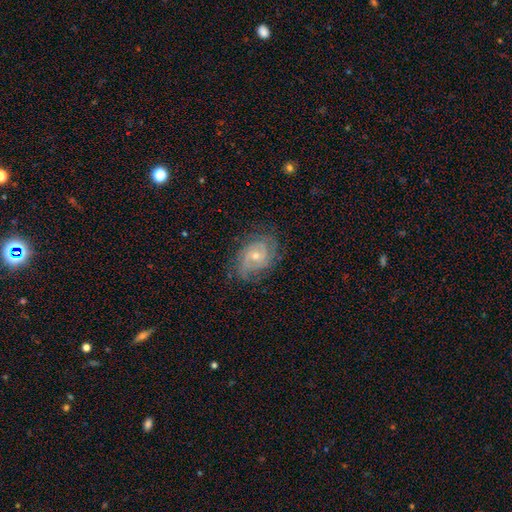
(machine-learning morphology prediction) A featured or disk galaxy (81%) with no bar (64%), 2 (34%) tight (59%) spiral arms (95%) and a small central bulge (55%). Merging: none (74%).